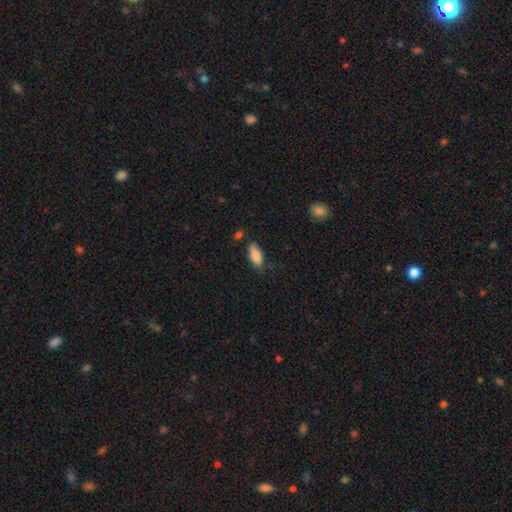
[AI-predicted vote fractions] The model was most divided on "merging": none: 66%, minor disturbance: 25%, major disturbance: 5%, merger: 3%. More confident: smooth or featured — smooth (86%); how rounded — in between (84%).